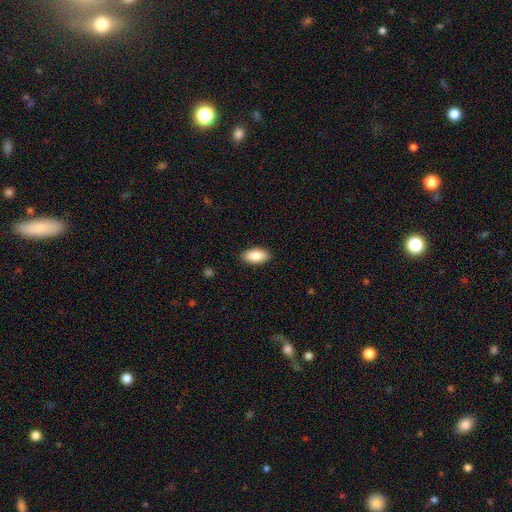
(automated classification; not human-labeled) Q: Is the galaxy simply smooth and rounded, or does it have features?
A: smooth — 89%.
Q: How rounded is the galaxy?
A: in between — 92%.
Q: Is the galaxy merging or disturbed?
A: none — 89%.